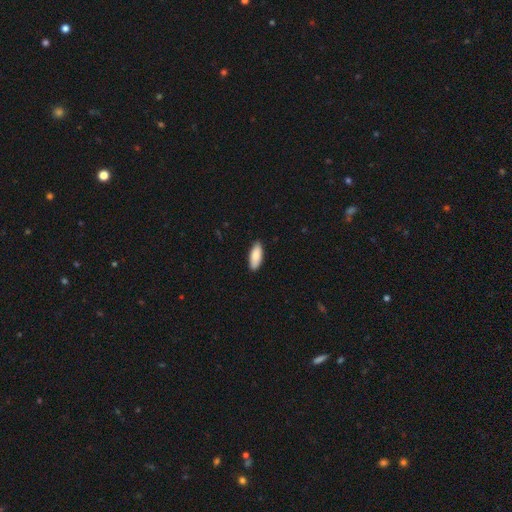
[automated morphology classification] smooth 87%, featured or disk 7%, star or artifact 6%. Down the decision tree: how rounded — in between (77%); merging — none (88%).